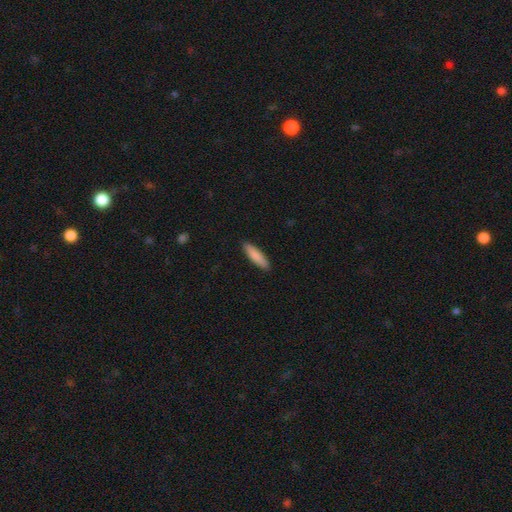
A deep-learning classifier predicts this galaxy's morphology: A smooth galaxy with no disk features (86%) that is cigar-shaped (71%). Merging: none (90%).